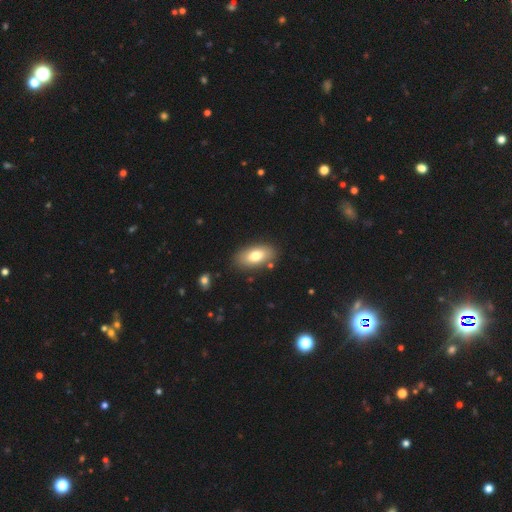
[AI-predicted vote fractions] Smooth or featured? smooth (75%)
How rounded? in between (91%)
Merging? none (84%)